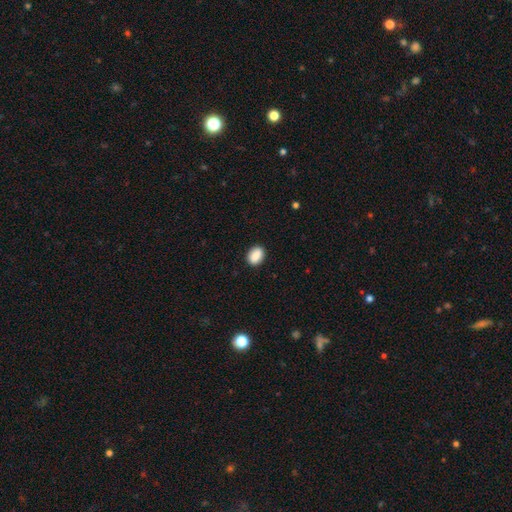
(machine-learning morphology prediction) A smooth galaxy with no disk features (88%) that is in between round and cigar-shaped (69%).

Vote fractions:
- Smooth or featured? smooth: 88% / star or artifact: 7% / featured or disk: 4%
- How rounded? in between: 69% / round: 29% / cigar-shaped: 1%
- Merging? none: 89% / minor disturbance: 8% / major disturbance: 2% / merger: 1%